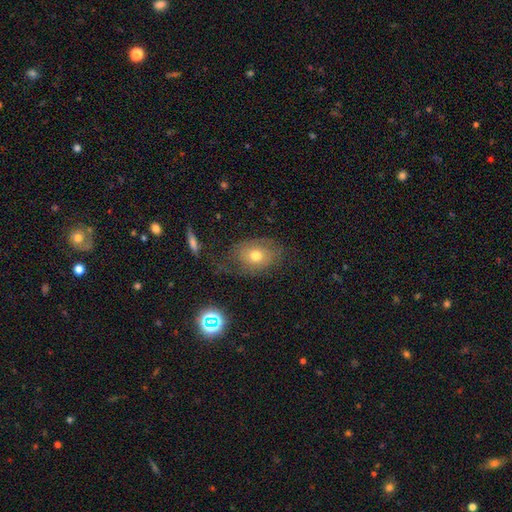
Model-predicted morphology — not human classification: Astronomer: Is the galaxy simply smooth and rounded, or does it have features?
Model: smooth — 59%.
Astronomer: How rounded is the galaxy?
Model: in between — 63%.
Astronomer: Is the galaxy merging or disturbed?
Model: none — 55%.